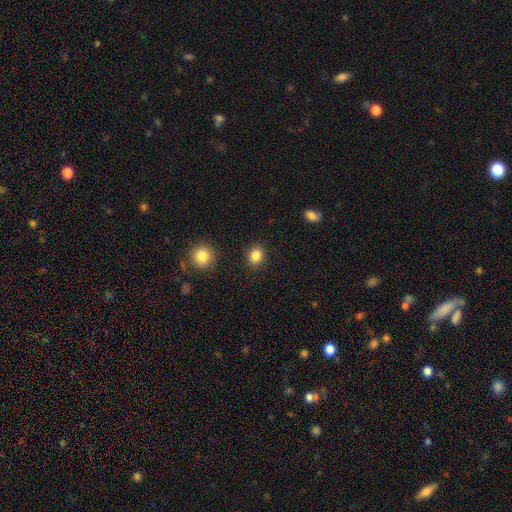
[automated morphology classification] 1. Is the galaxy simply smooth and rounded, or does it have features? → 85% smooth, 10% star or artifact, 5% featured or disk.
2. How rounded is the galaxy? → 50% round, 49% in between, 1% cigar-shaped.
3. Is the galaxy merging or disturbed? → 88% none, 8% minor disturbance, 3% major disturbance, 2% merger.